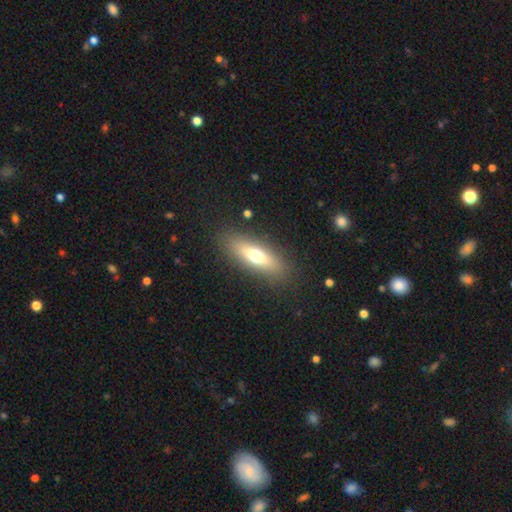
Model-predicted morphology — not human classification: Smooth or featured? smooth (61%)
How rounded? in between (56%)
Merging? none (86%)